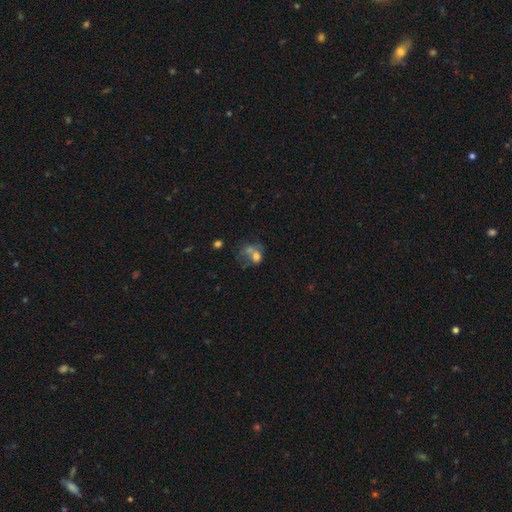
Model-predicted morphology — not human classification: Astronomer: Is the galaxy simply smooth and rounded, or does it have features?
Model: smooth — 59%.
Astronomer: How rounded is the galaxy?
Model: in between — 50% (runner-up: round, 49%).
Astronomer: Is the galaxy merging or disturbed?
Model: merger — 54%.